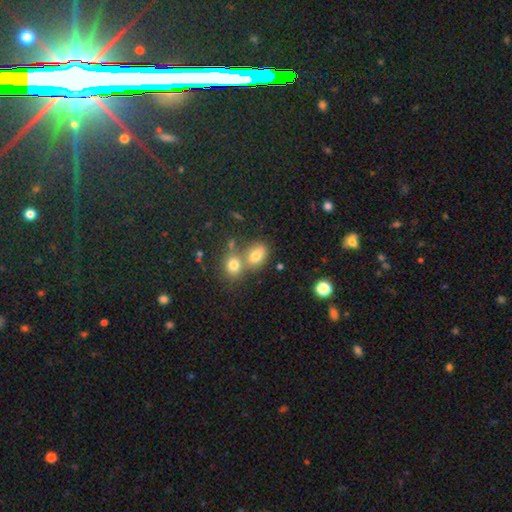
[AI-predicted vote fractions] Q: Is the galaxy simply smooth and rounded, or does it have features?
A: smooth — 76%.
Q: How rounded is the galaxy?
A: in between — 69%.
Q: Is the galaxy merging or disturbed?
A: none — 43%.